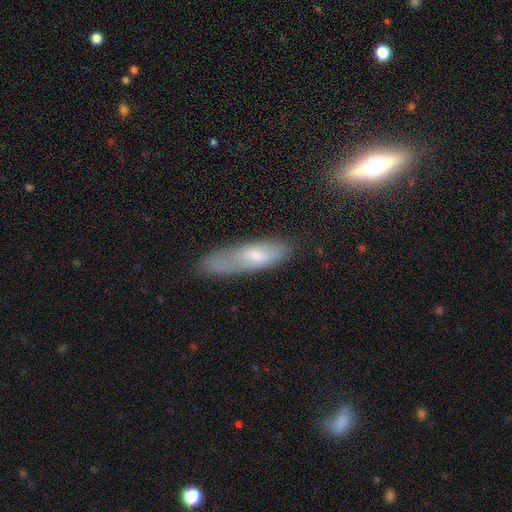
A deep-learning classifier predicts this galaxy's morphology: type=smooth (63%); roundness=cigar-shaped (60%); merging=none (55%).